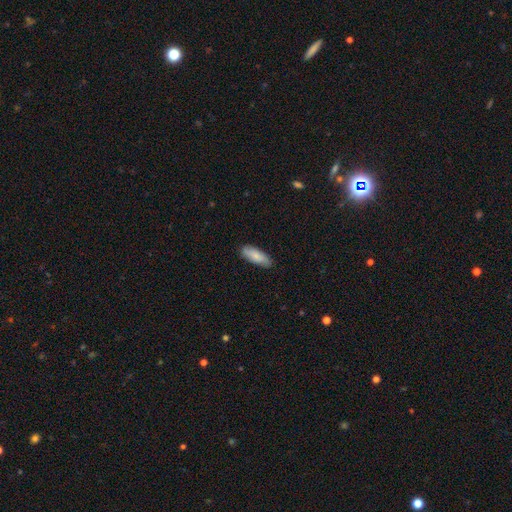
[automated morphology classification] Smooth or featured? Predicted: smooth (p=0.79). How rounded? Predicted: in between (p=0.69). Merging? Predicted: none (p=0.82).